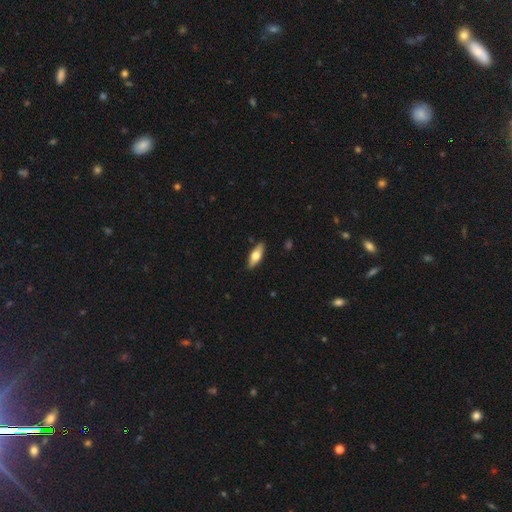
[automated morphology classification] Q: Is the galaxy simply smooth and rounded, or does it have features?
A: smooth — 59%.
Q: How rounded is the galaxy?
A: in between — 63%.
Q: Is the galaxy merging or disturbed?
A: none — 88%.